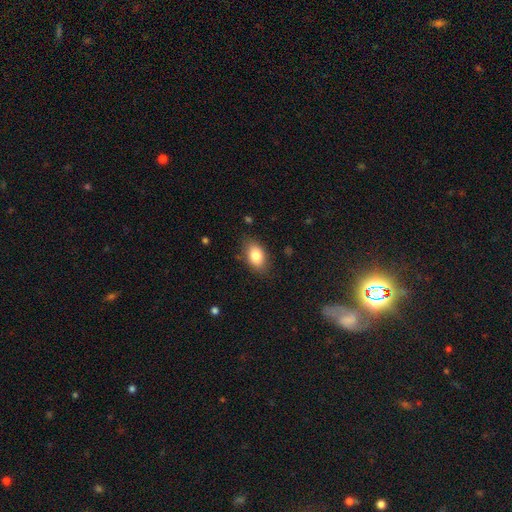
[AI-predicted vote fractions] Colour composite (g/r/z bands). It shows a smooth galaxy with no disk features (83%) that is in between round and cigar-shaped (88%). Merging: none (82%).